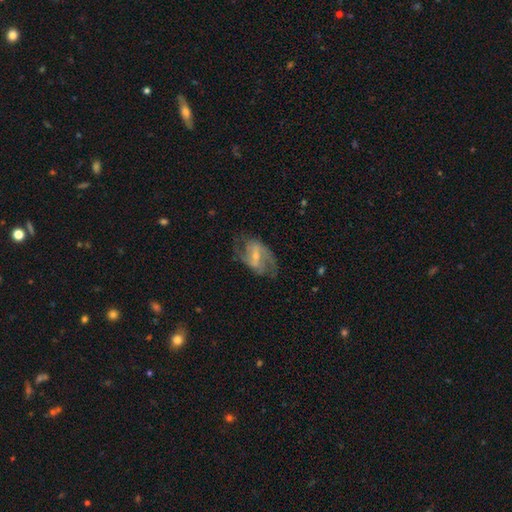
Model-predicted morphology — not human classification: This is clearly a featured or disk galaxy (83%). It is clearly not viewed edge-on (96%). Bar: marginally weak (44%). Spiral arm pattern: clearly yes (92%). Spiral arm count: clearly 2 (83%). Spiral winding: possibly medium (50%). Central bulge: possibly small (58%). Merging: likely none (68%).